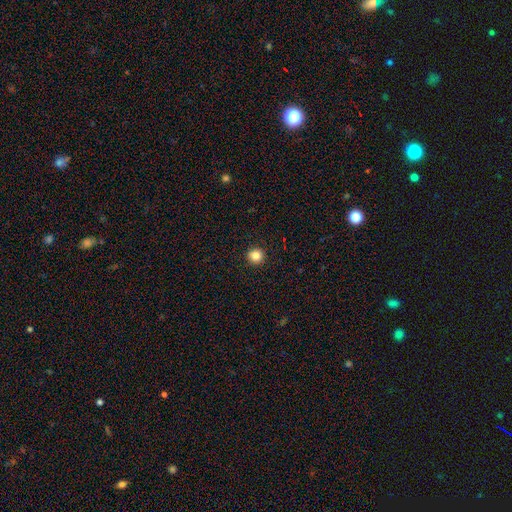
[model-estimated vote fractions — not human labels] A smooth galaxy with no disk features (84%) that is round (95%).

Vote fractions:
- Smooth or featured? smooth: 84% / star or artifact: 11% / featured or disk: 5%
- How rounded? round: 95% / in between: 4% / cigar-shaped: 1%
- Merging? none: 93% / minor disturbance: 4% / major disturbance: 1% / merger: 1%